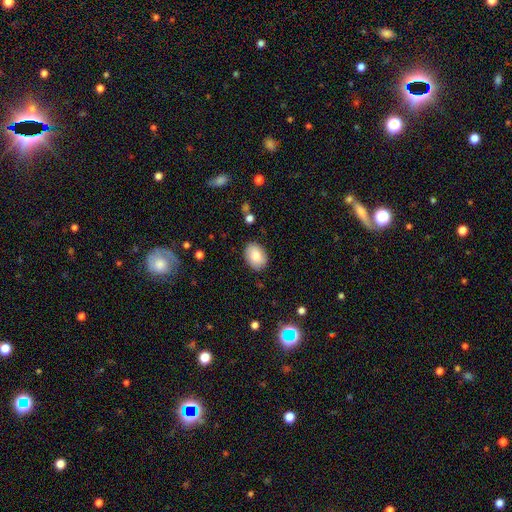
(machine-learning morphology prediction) Smooth or featured? smooth (83%)
How rounded? in between (77%)
Merging? none (84%)